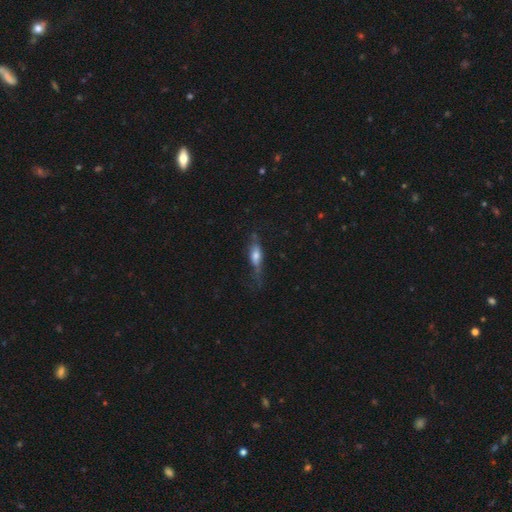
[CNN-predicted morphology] Q: Smooth or featured?
A: smooth (50%); runner-up: featured or disk (41%)
Q: How rounded?
A: in between (49%); runner-up: cigar-shaped (47%)
Q: Merging?
A: none (47%); runner-up: minor disturbance (28%)